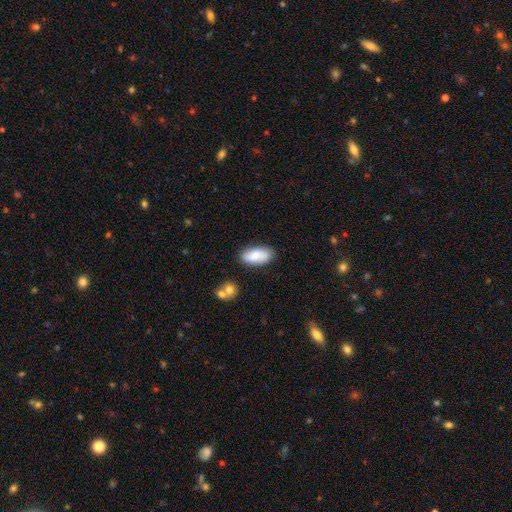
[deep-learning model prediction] Smooth or featured? smooth (77%)
How rounded? in between (91%)
Merging? none (80%)